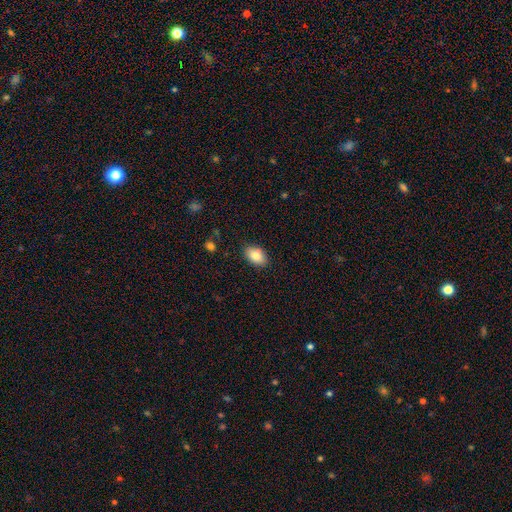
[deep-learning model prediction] A smooth galaxy with no disk features (83%) that is in between round and cigar-shaped (88%).

Vote fractions:
- Smooth or featured? smooth: 83% / featured or disk: 9% / star or artifact: 7%
- How rounded? in between: 88% / round: 11% / cigar-shaped: 2%
- Merging? none: 86% / minor disturbance: 11% / major disturbance: 2% / merger: 1%